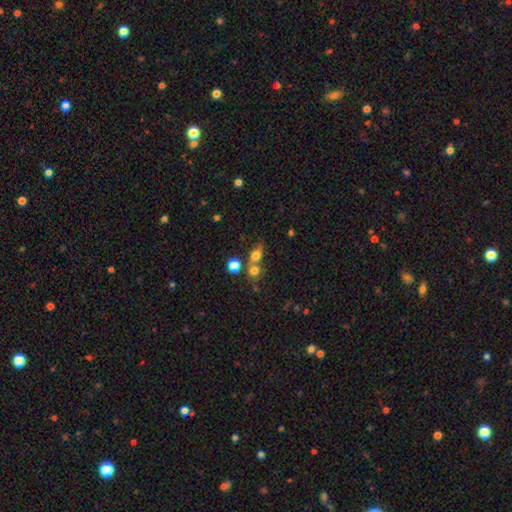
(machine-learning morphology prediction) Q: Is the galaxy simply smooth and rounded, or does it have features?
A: smooth — 71%.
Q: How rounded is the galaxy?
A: round — 52%.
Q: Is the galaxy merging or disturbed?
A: merger — 43%.